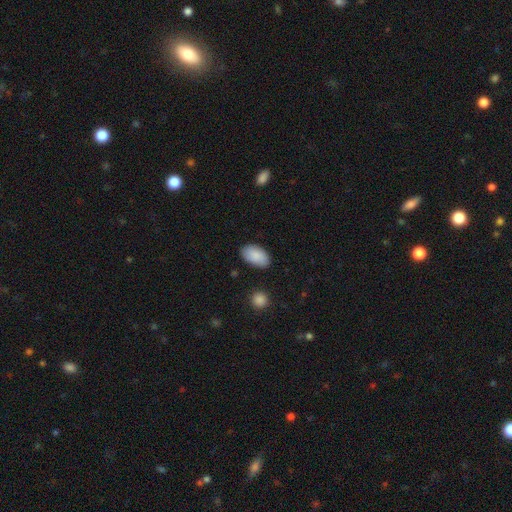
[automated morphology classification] Smooth or featured?
  - smooth: 88% *
  - star or artifact: 6%
  - featured or disk: 6%
How rounded?
  - in between: 94% *
  - round: 4%
  - cigar-shaped: 1%
Merging?
  - none: 83% *
  - minor disturbance: 12%
  - major disturbance: 3%
  - merger: 2%